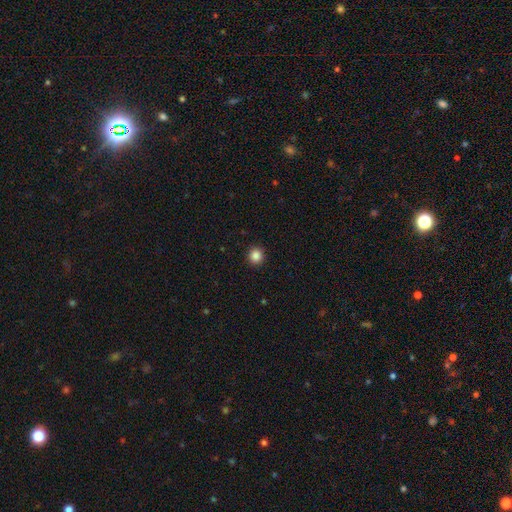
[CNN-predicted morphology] This appears to be a smooth galaxy with no disk features (86%) that is round (94%). Merging: none (93%).